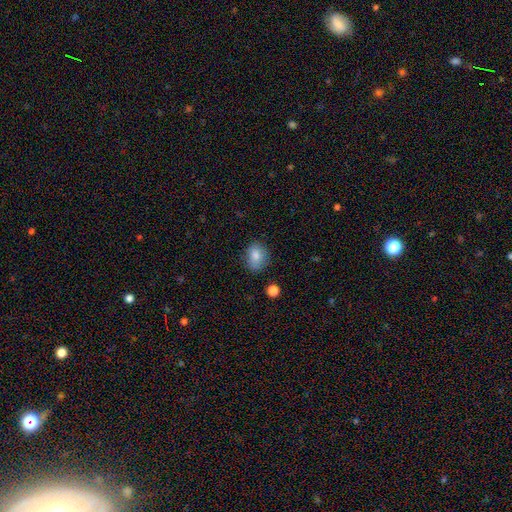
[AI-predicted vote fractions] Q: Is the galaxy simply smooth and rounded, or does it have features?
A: smooth — 82%.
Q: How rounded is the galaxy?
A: in between — 55%.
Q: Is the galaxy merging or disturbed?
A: none — 79%.